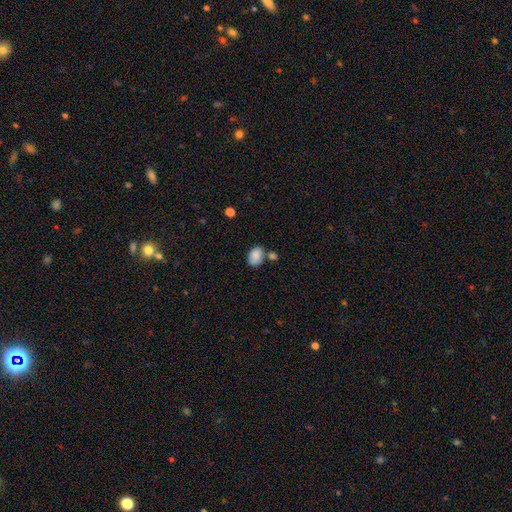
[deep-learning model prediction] Overall: smooth (86%). How rounded: in between (74%). Merging: none (58%; merger 20%).